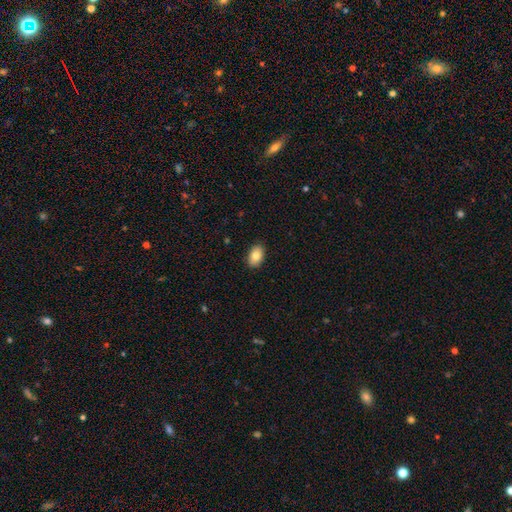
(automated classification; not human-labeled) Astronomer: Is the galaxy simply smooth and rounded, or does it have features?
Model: smooth — 83%.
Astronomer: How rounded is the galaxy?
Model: in between — 89%.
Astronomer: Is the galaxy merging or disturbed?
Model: none — 89%.